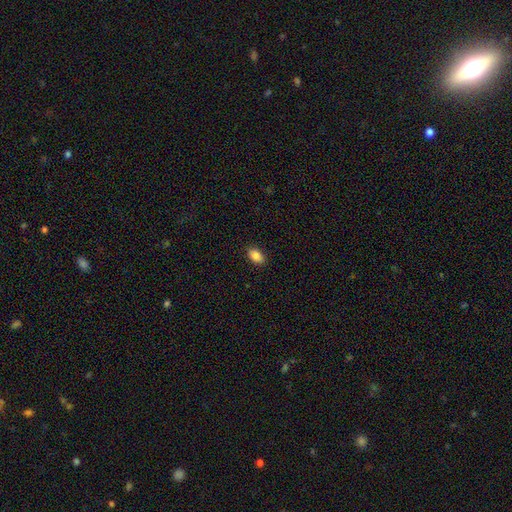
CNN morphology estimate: A smooth galaxy with no disk features (86%) that is in between round and cigar-shaped (90%).

Vote fractions:
- Smooth or featured? smooth: 86% / star or artifact: 8% / featured or disk: 6%
- How rounded? in between: 90% / round: 7% / cigar-shaped: 2%
- Merging? none: 89% / minor disturbance: 8% / major disturbance: 2% / merger: 1%